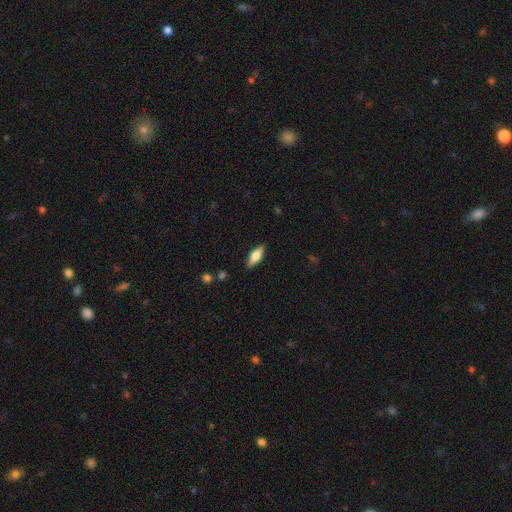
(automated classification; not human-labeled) smooth-or-featured: smooth: 54% | featured or disk: 39% | star or artifact: 7%
  how-rounded: in between: 67% | cigar-shaped: 30% | round: 3%
  merging: none: 87% | minor disturbance: 10% | major disturbance: 2% | merger: 1%